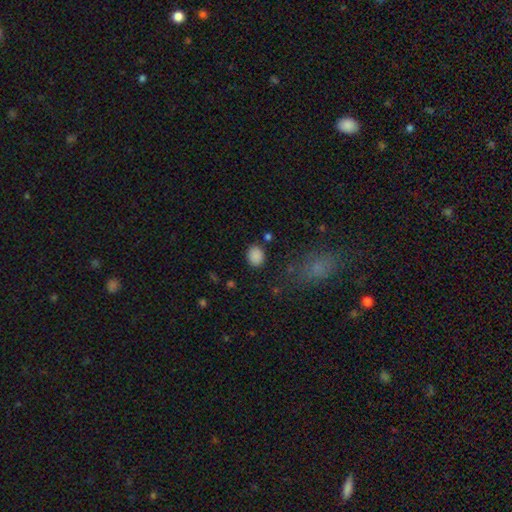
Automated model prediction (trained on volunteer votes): Smooth or featured? Predicted: smooth (p=0.86). How rounded? Predicted: round (p=0.52). Merging? Predicted: none (p=0.84).